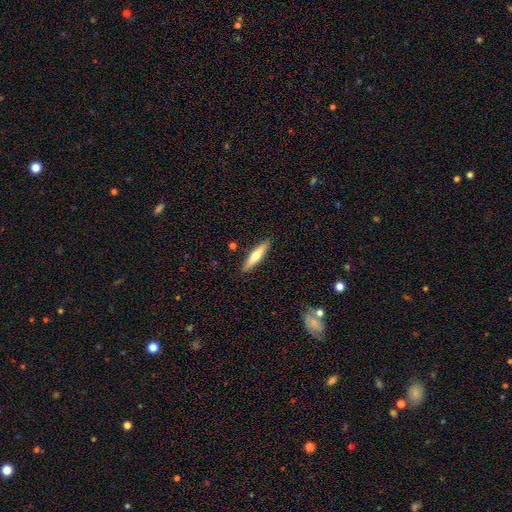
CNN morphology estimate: smooth-or-featured: smooth: 53% | featured or disk: 41% | star or artifact: 6%
  how-rounded: cigar-shaped: 85% | in between: 14% | round: 2%
  merging: none: 90% | minor disturbance: 7% | merger: 2% | major disturbance: 2%